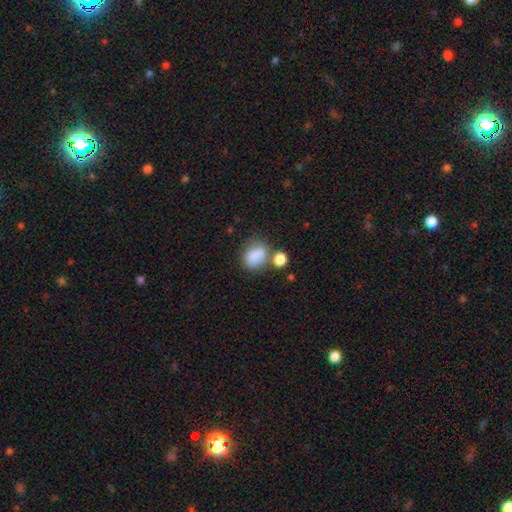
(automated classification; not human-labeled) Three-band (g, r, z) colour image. It shows a smooth galaxy with no disk features (82%) that is in between round and cigar-shaped (62%). Merging: none (50%).